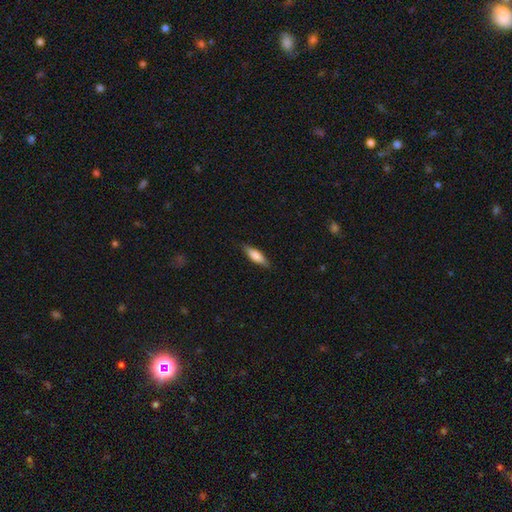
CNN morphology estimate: smooth_or_featured: smooth (p=0.74) [alt: featured or disk p=0.20]
how_rounded: cigar-shaped (p=0.57) [alt: in between p=0.42]
merging: none (p=0.83) [alt: minor disturbance p=0.13]